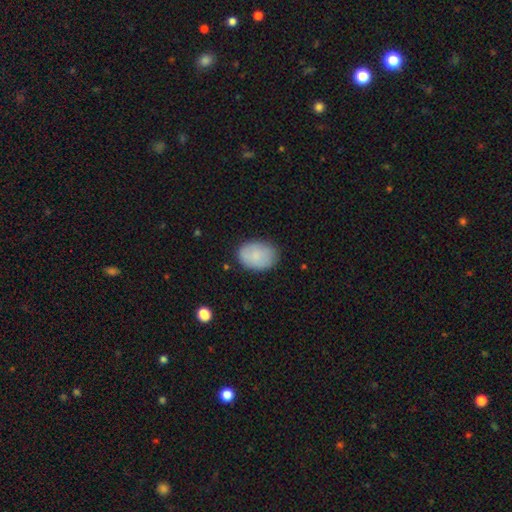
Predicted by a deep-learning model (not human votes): Smooth or featured? smooth (84%)
How rounded? in between (78%)
Merging? none (81%)